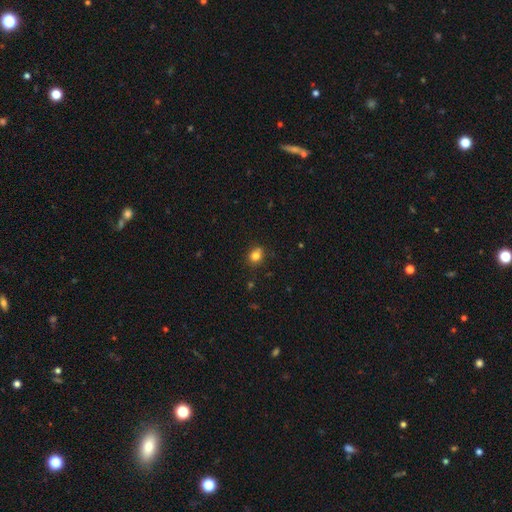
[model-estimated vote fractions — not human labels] Q: Smooth or featured?
A: smooth (81%); runner-up: star or artifact (12%)
Q: How rounded?
A: round (61%); runner-up: in between (38%)
Q: Merging?
A: none (76%); runner-up: minor disturbance (17%)